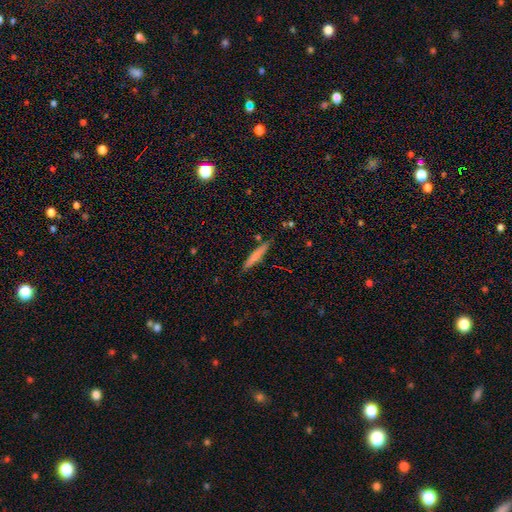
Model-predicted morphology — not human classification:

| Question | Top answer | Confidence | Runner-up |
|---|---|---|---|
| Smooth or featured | smooth | 69% | featured or disk (24%) |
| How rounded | cigar-shaped | 94% | in between (5%) |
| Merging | none | 85% | minor disturbance (10%) |